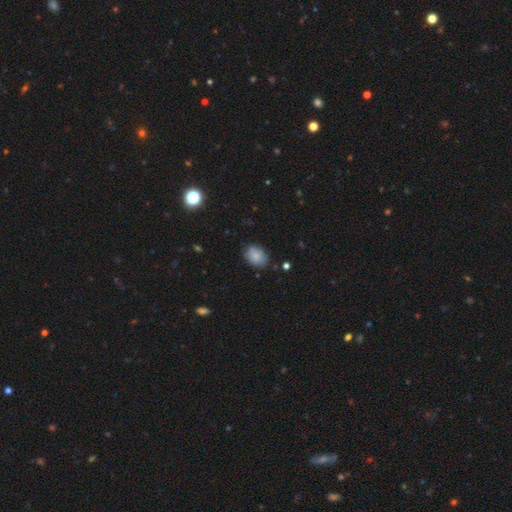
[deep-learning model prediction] Smooth or featured?
  - smooth: 84% *
  - star or artifact: 8%
  - featured or disk: 7%
How rounded?
  - in between: 70% *
  - round: 29%
  - cigar-shaped: 1%
Merging?
  - none: 78% *
  - minor disturbance: 16%
  - major disturbance: 3%
  - merger: 2%